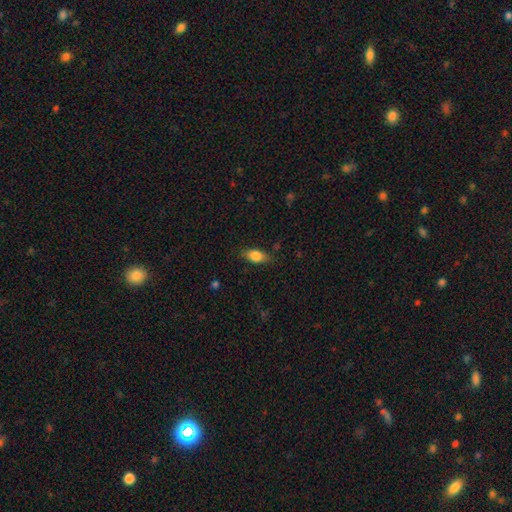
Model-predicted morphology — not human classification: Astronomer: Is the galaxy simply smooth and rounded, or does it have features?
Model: smooth — 82%.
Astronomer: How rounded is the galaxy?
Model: in between — 85%.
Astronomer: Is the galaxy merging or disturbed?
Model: none — 74%.